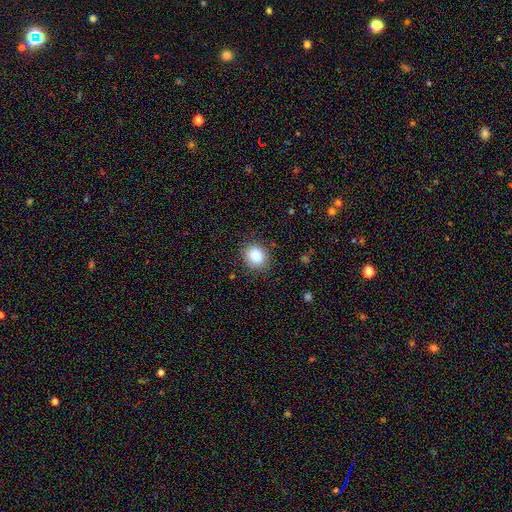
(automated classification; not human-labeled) A smooth galaxy with no disk features (87%) that is round (59%). Merging: none (85%).